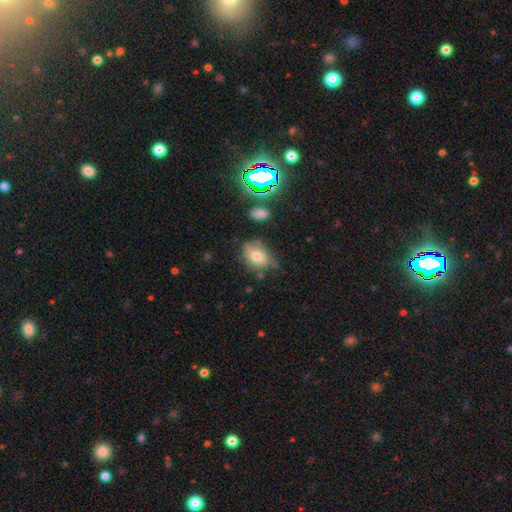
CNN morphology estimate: smooth-or-featured: smooth: 70% | featured or disk: 18% | star or artifact: 12%
  how-rounded: in between: 73% | round: 26% | cigar-shaped: 2%
  merging: none: 56% | minor disturbance: 30% | major disturbance: 9% | merger: 5%